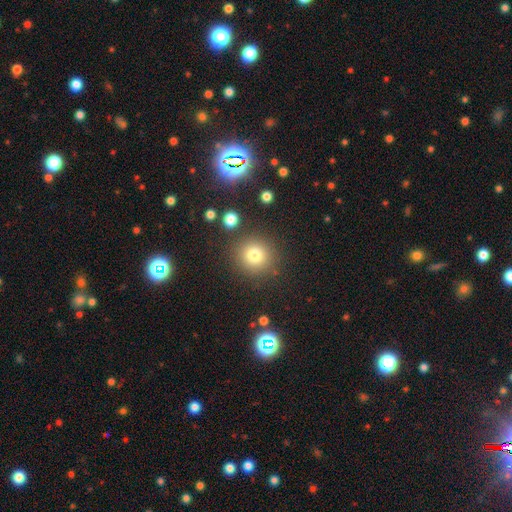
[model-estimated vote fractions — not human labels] A smooth galaxy with no disk features (59%) that is round (95%).

Vote fractions:
- Smooth or featured? smooth: 59% / star or artifact: 32% / featured or disk: 8%
- How rounded? round: 95% / in between: 4% / cigar-shaped: 1%
- Merging? none: 89% / minor disturbance: 6% / major disturbance: 3% / merger: 2%